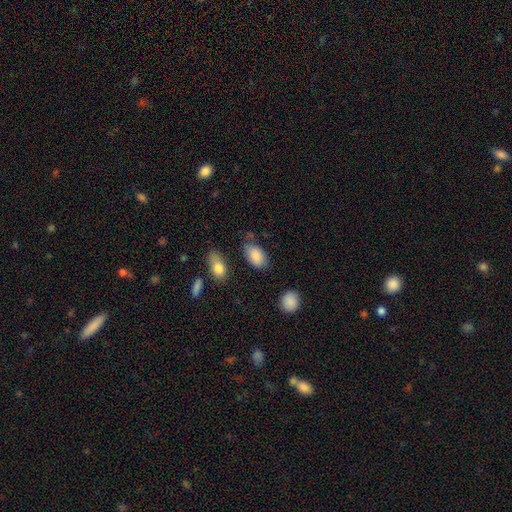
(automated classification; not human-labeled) A smooth galaxy with no disk features (87%) that is in between round and cigar-shaped (93%). Merging: none (68%).